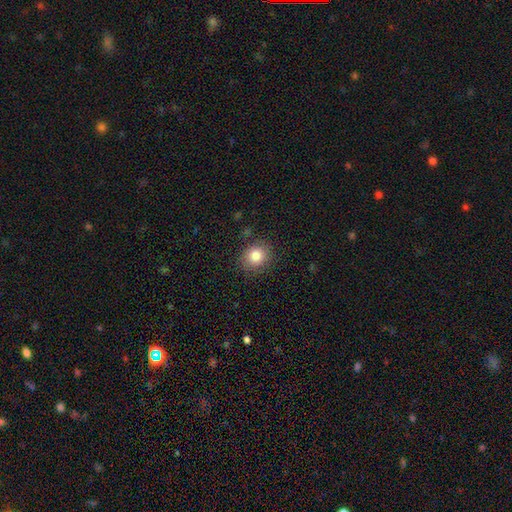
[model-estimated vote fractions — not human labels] Smooth or featured?
  - smooth: 83% *
  - star or artifact: 10%
  - featured or disk: 7%
How rounded?
  - round: 73% *
  - in between: 26%
  - cigar-shaped: 1%
Merging?
  - none: 84% *
  - minor disturbance: 11%
  - major disturbance: 3%
  - merger: 1%